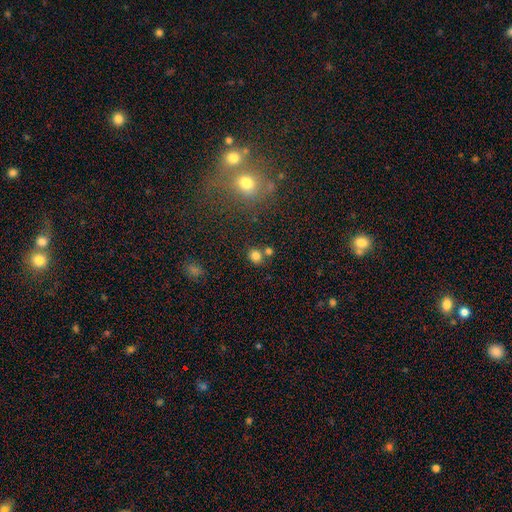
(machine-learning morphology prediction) This appears to be a smooth galaxy with no disk features (80%) that is round (80%). Merging: none (69%).